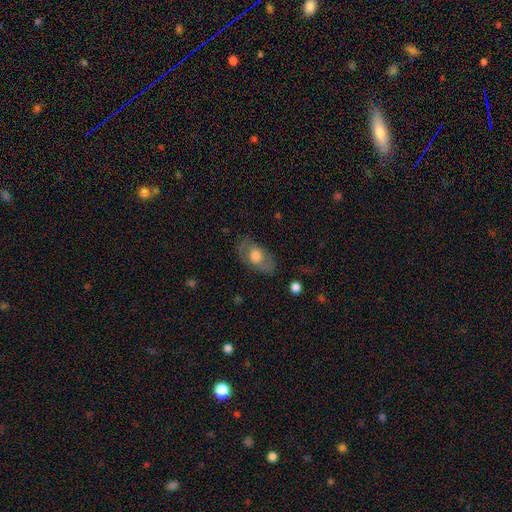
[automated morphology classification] This appears to be a smooth galaxy with no disk features (50%) that is in between round and cigar-shaped (87%). Merging: none (75%).